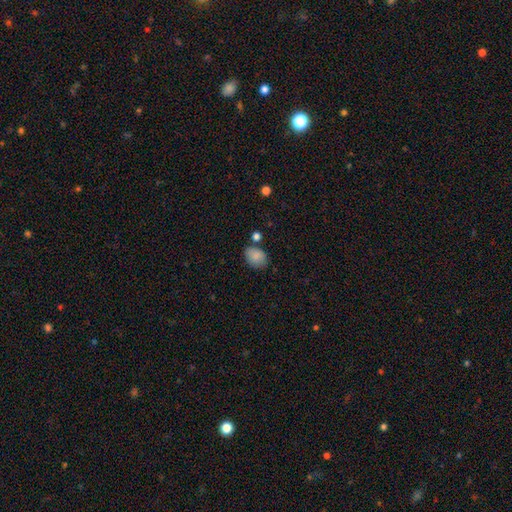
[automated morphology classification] smooth-or-featured: smooth: 86% | star or artifact: 8% | featured or disk: 6%
  how-rounded: in between: 68% | round: 31% | cigar-shaped: 1%
  merging: none: 71% | minor disturbance: 17% | merger: 8% | major disturbance: 4%